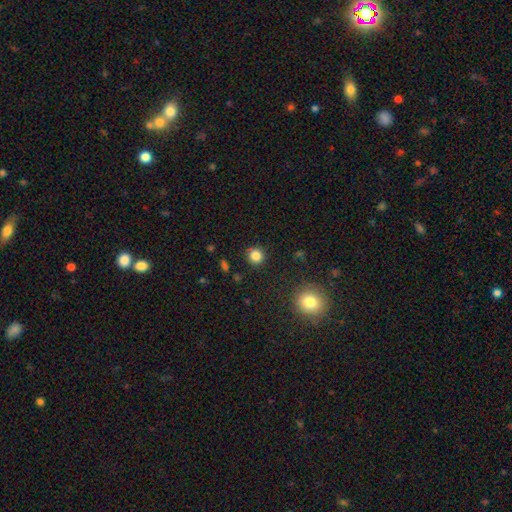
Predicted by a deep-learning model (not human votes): A smooth galaxy with no disk features (83%) that is round (92%). Merging: none (89%).